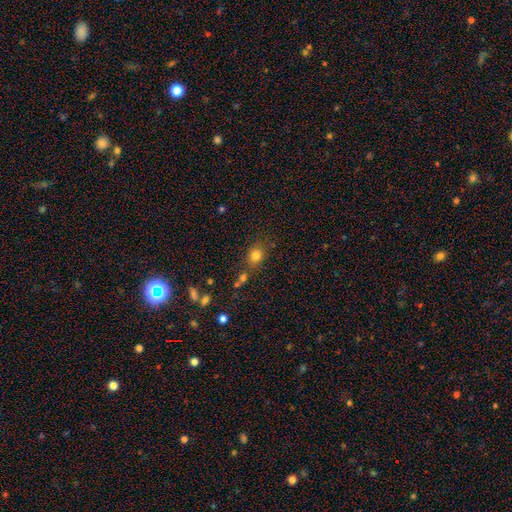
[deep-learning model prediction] Smooth or featured? smooth (79%)
How rounded? round (66%)
Merging? none (71%)